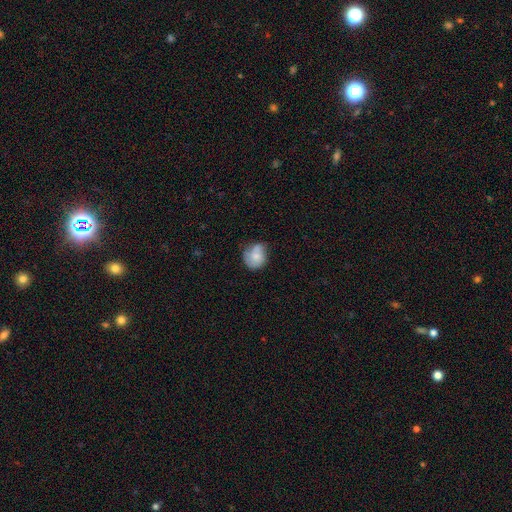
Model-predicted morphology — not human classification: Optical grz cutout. It shows a smooth galaxy with no disk features (67%) that is round (61%). Merging: none (46%).